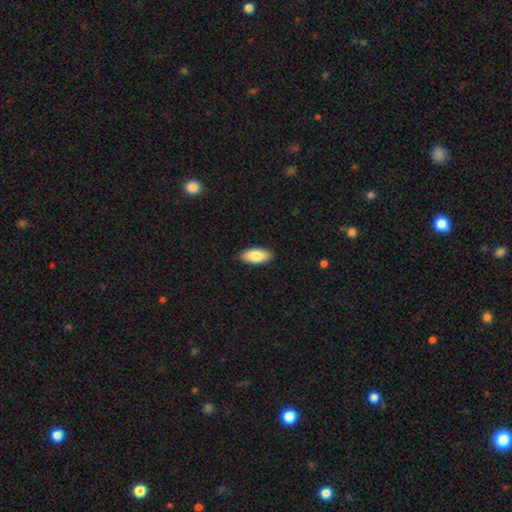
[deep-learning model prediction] A smooth galaxy with no disk features (86%) that is in between round and cigar-shaped (91%). Merging: none (88%).